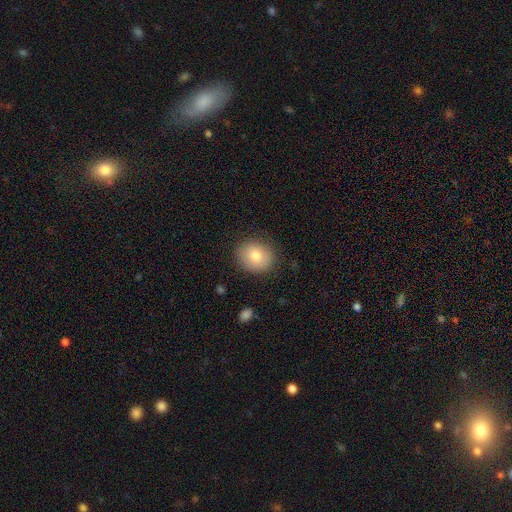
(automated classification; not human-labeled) This is likely a smooth galaxy (79%). How rounded: likely round (72%). Merging: clearly none (86%).